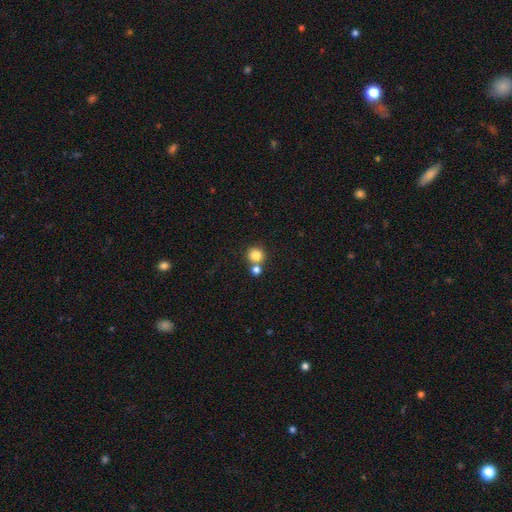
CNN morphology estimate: Overall: smooth (82%). How rounded: round (91%). Merging: none (59%; merger 32%).